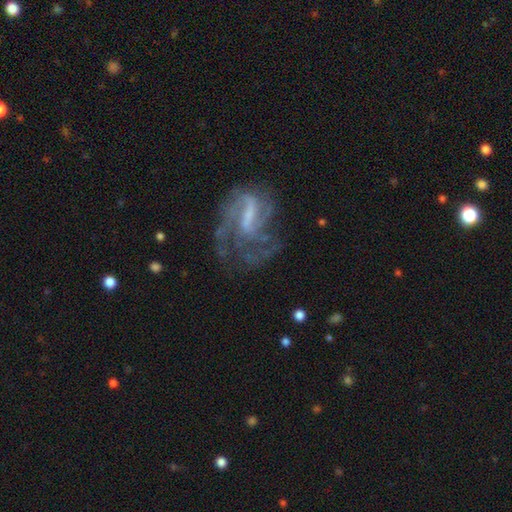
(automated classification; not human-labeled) This appears to be a featured or disk galaxy (66%) with a weak bar (45%), medium (42%) spiral arms (81%) and a small central bulge (40%). Merging: none (56%).